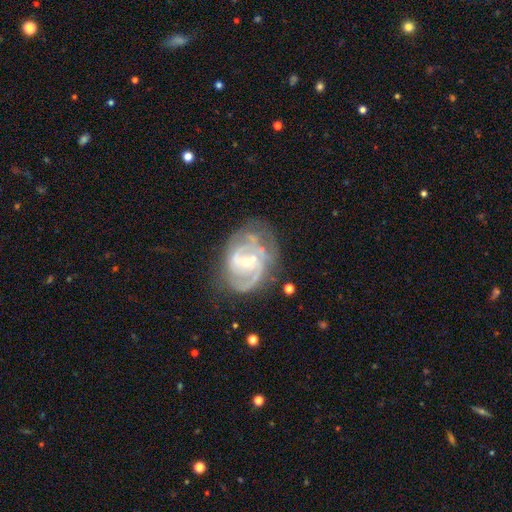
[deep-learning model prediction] A featured or disk galaxy (86%) with no bar (46%), 2 (48%) tight (47%) spiral arms (91%) and a small central bulge (65%). Merging: none (53%).